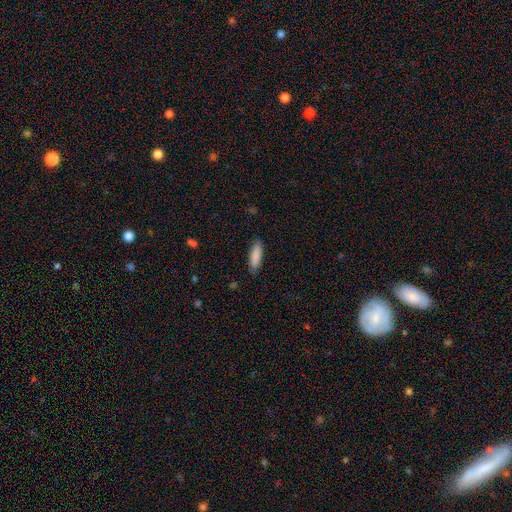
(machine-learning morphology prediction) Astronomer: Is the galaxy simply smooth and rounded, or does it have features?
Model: smooth — 89%.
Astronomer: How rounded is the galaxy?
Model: cigar-shaped — 53% (runner-up: in between, 46%).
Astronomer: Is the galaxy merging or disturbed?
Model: none — 86%.